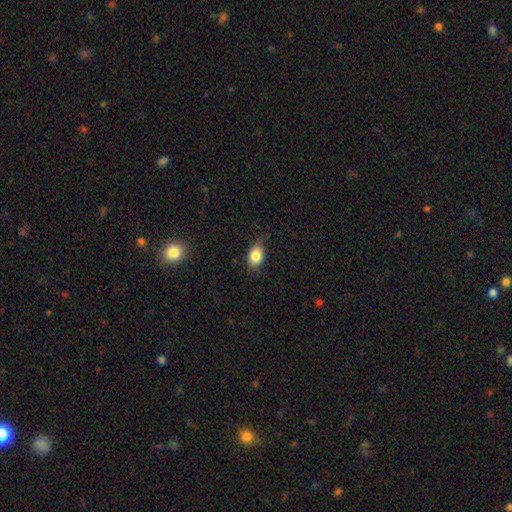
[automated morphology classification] Smooth or featured: smooth — 84% (star or artifact — 9%)
How rounded: in between — 78% (round — 20%)
Merging: none — 77% (minor disturbance — 18%)